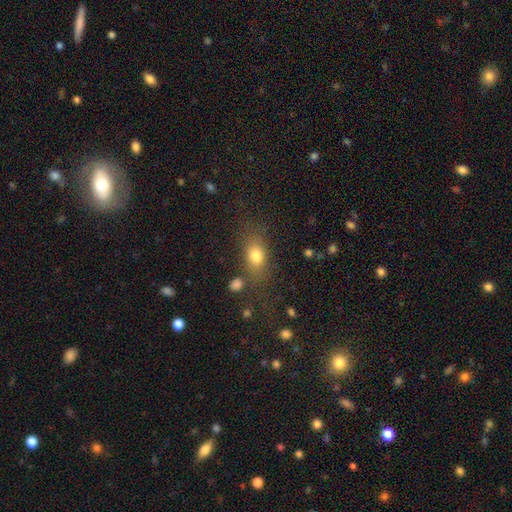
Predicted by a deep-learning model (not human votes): Overall: smooth (77%). How rounded: in between (73%). Merging: none (68%).